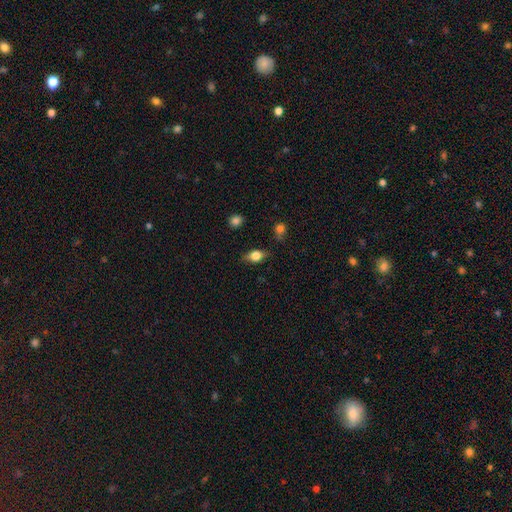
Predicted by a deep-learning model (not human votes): Morphology: type=smooth (68%); roundness=in between (73%); merging=none (76%).